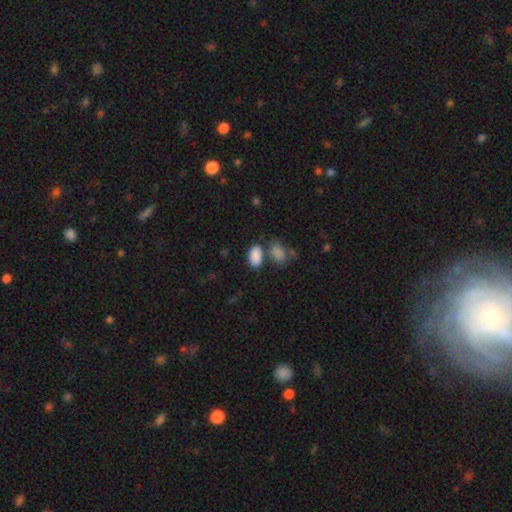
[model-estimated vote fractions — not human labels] smooth-or-featured: smooth: 87% | star or artifact: 8% | featured or disk: 5%
  how-rounded: in between: 93% | round: 5% | cigar-shaped: 2%
  merging: none: 60% | merger: 23% | minor disturbance: 12% | major disturbance: 5%